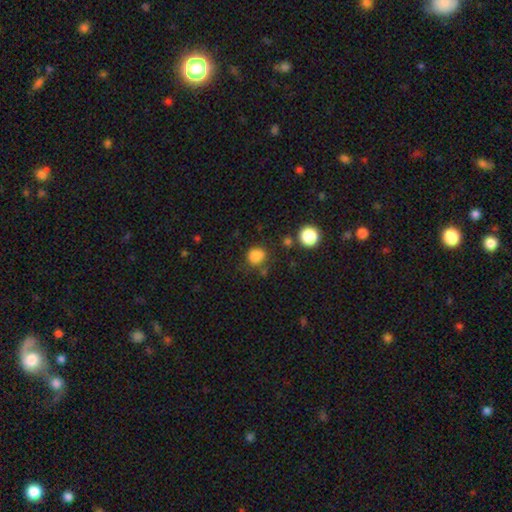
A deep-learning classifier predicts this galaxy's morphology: A smooth galaxy with no disk features (82%) that is round (76%).

Vote fractions:
- Smooth or featured? smooth: 82% / star or artifact: 13% / featured or disk: 5%
- How rounded? round: 76% / in between: 23% / cigar-shaped: 1%
- Merging? none: 69% / minor disturbance: 18% / merger: 7% / major disturbance: 6%